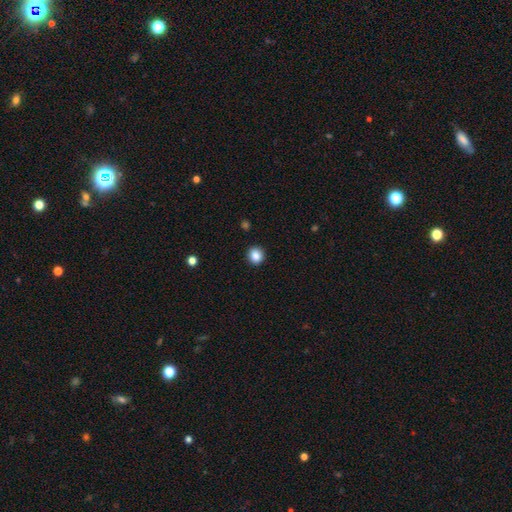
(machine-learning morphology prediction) Smooth or featured?
  - smooth: 87% *
  - star or artifact: 10%
  - featured or disk: 3%
How rounded?
  - round: 84% *
  - in between: 15%
  - cigar-shaped: 1%
Merging?
  - none: 91% *
  - minor disturbance: 6%
  - major disturbance: 2%
  - merger: 1%